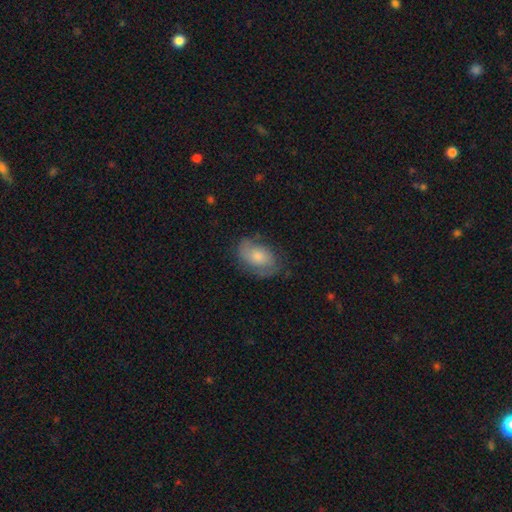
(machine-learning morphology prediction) The model was most divided on "smooth or featured": featured or disk: 47%, smooth: 45%, star or artifact: 9%. More confident: merging — none (67%).